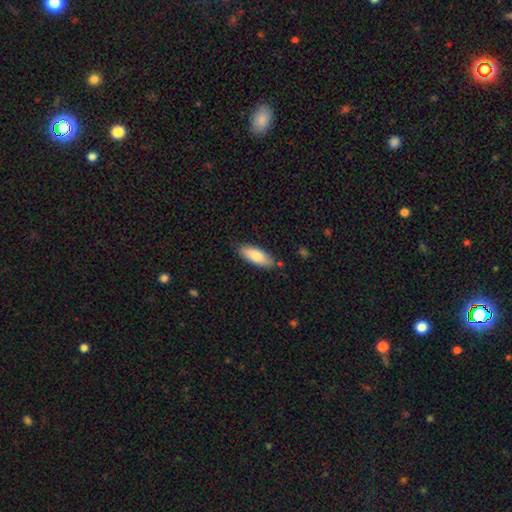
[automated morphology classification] Smooth or featured? smooth (80%)
How rounded? in between (71%)
Merging? none (82%)